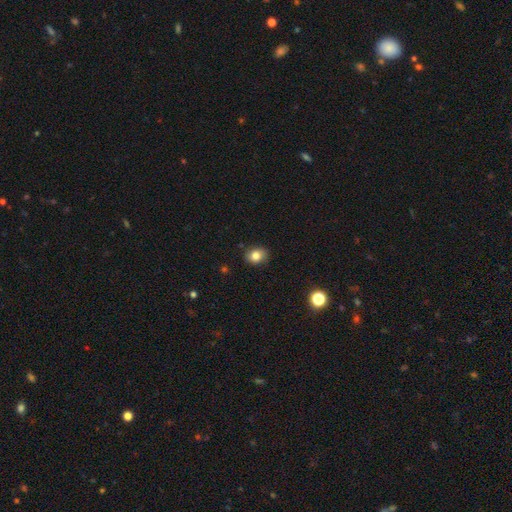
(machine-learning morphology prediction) This appears to be a smooth galaxy with no disk features (82%) that is in between round and cigar-shaped (51%). Merging: none (85%).